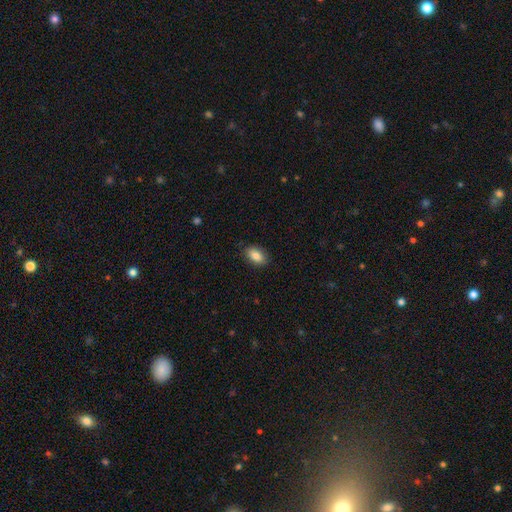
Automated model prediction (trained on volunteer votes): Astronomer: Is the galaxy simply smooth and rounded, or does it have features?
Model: smooth — 86%.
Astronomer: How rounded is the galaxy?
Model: in between — 91%.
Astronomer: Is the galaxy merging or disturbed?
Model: none — 86%.